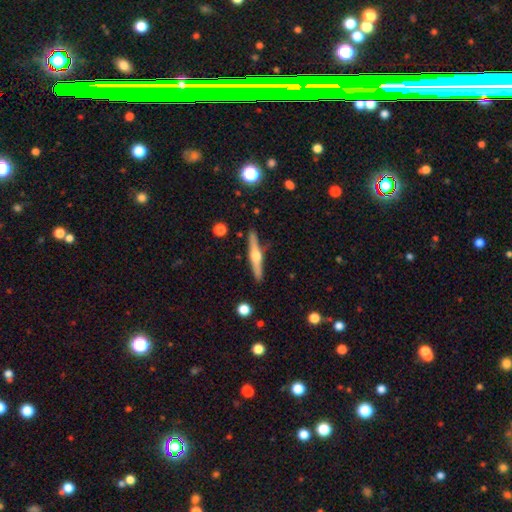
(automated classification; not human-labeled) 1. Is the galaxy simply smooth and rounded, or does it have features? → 71% featured or disk, 23% smooth, 6% star or artifact.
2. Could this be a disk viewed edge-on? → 97% yes, 3% no.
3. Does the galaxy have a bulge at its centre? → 94% rounded, 3% boxy, 3% none.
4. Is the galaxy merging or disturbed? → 89% none, 8% minor disturbance, 2% merger, 2% major disturbance.